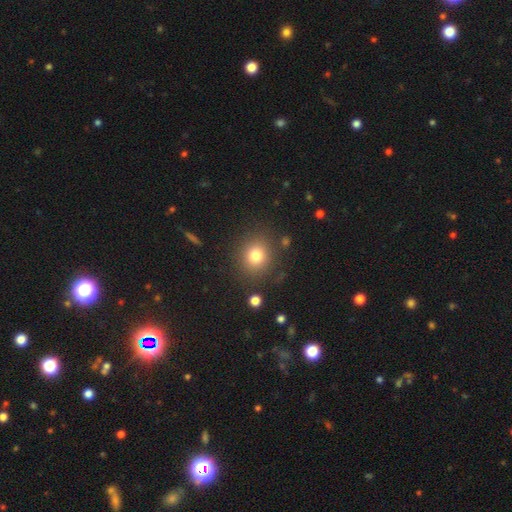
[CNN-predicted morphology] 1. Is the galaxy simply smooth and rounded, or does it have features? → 79% smooth, 12% star or artifact, 9% featured or disk.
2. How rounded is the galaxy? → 79% round, 20% in between, 1% cigar-shaped.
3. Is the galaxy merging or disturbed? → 83% none, 10% minor disturbance, 4% major disturbance, 3% merger.